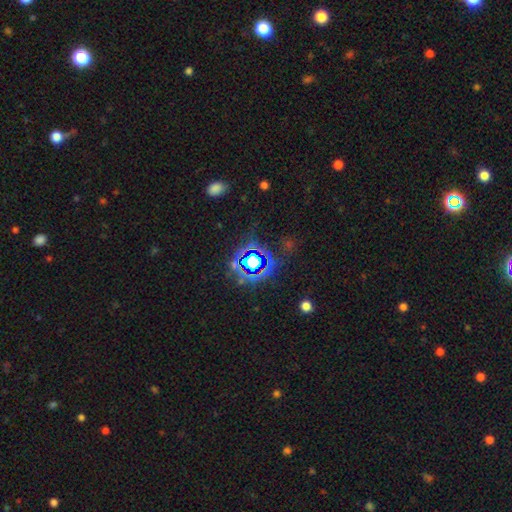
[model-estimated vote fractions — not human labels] Smooth or featured: star or artifact — 70% (smooth — 18%)